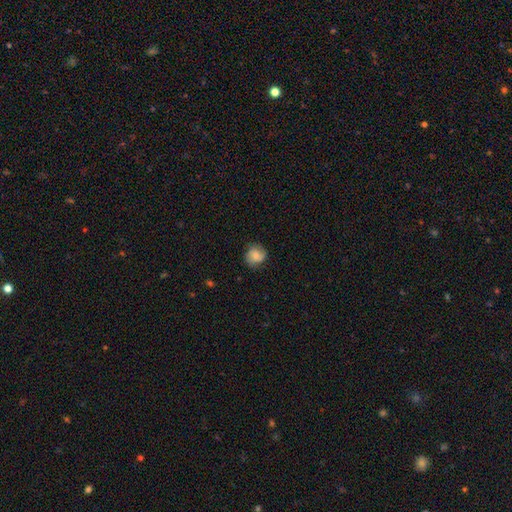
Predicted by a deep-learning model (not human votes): The model was most divided on "smooth or featured": smooth: 64%, featured or disk: 27%, star or artifact: 9%. More confident: how rounded — round (80%); merging — none (75%).